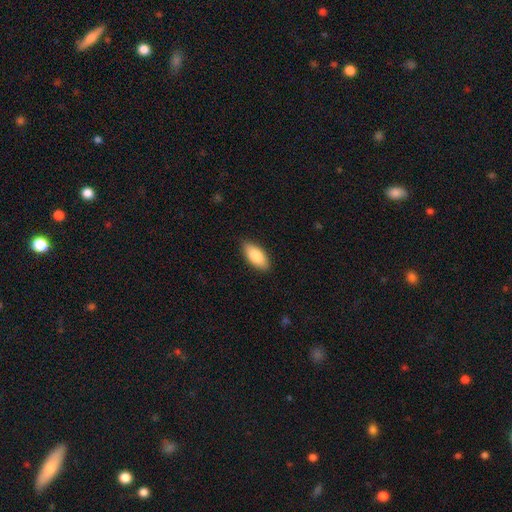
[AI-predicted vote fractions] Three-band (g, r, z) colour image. It shows a smooth galaxy with no disk features (83%) that is in between round and cigar-shaped (85%). Merging: none (88%).